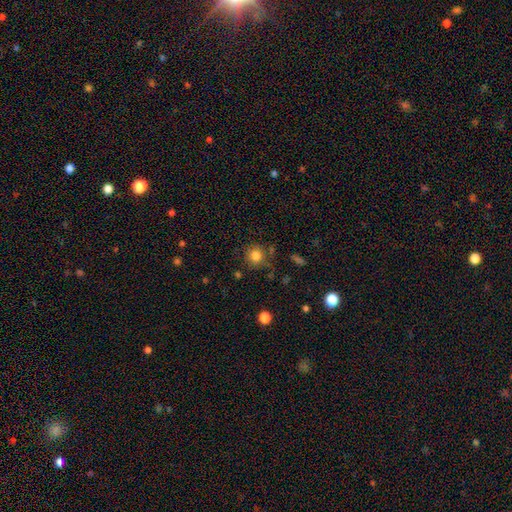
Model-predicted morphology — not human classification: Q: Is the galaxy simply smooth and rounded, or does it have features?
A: smooth — 81%.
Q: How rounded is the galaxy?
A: round — 91%.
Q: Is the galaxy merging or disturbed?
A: none — 78%.